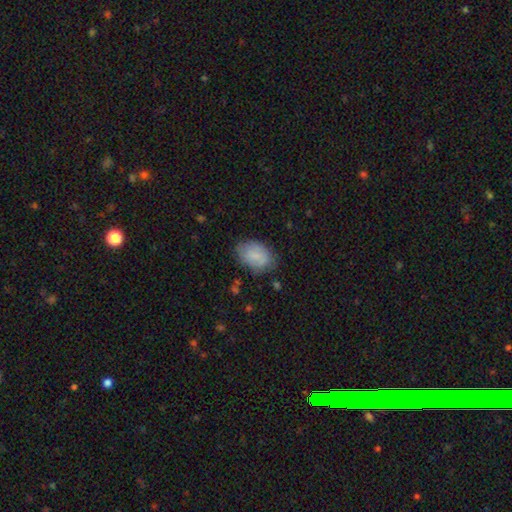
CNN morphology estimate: Smooth or featured: smooth — 81% (featured or disk — 12%)
How rounded: in between — 87% (round — 12%)
Merging: none — 73% (minor disturbance — 20%)